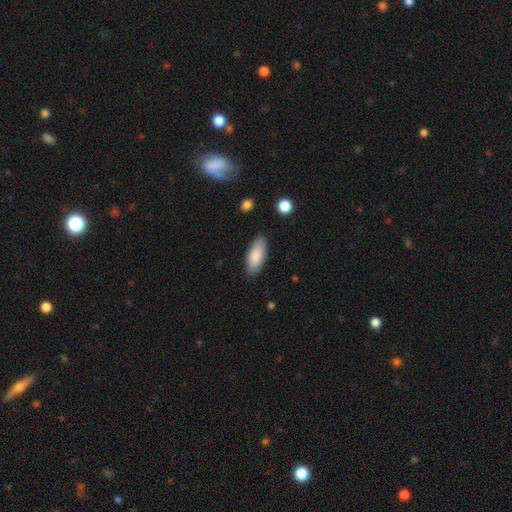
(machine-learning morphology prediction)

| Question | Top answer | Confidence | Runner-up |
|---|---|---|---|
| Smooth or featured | smooth | 85% | featured or disk (9%) |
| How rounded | in between | 81% | cigar-shaped (18%) |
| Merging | none | 86% | minor disturbance (10%) |